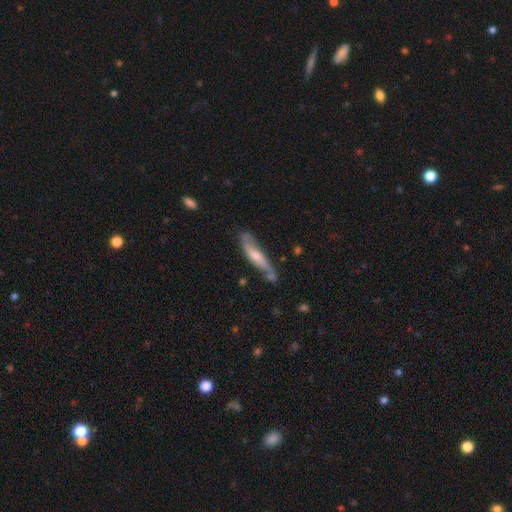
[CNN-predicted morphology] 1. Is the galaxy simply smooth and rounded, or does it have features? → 58% featured or disk, 36% smooth, 6% star or artifact.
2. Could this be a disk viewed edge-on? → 57% yes, 43% no.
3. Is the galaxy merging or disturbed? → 61% none, 25% minor disturbance, 8% merger, 6% major disturbance.